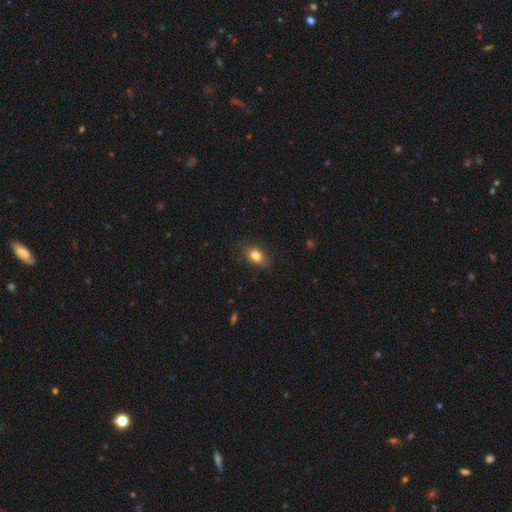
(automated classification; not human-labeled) smooth 83%, star or artifact 9%, featured or disk 8%. Down the decision tree: how rounded — in between (79%); merging — none (84%).